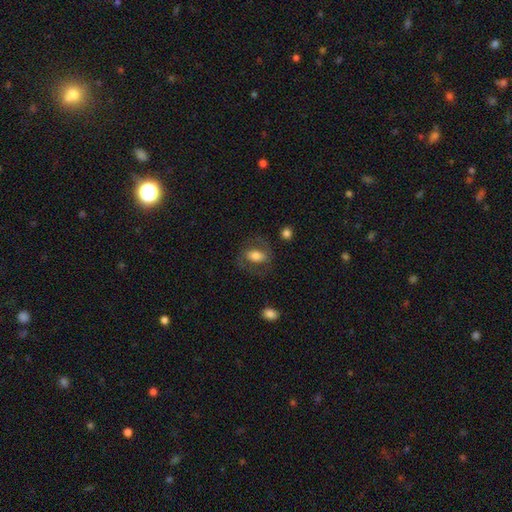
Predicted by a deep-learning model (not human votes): smooth 58%, featured or disk 34%, star or artifact 8%. Down the decision tree: how rounded — in between (78%); merging — none (65%).